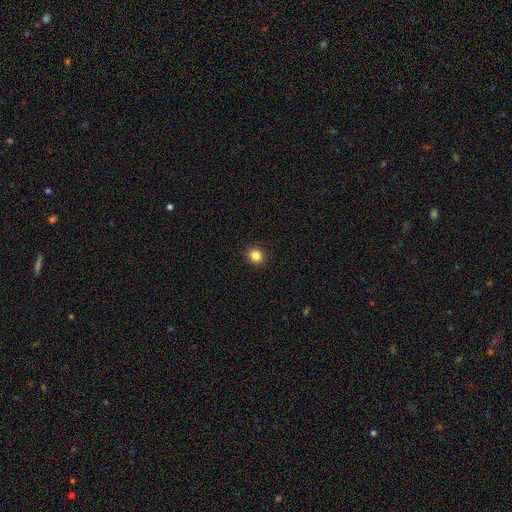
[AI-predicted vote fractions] smooth-or-featured: smooth: 85% | star or artifact: 11% | featured or disk: 4%
  how-rounded: round: 82% | in between: 17% | cigar-shaped: 1%
  merging: none: 92% | minor disturbance: 5% | major disturbance: 2% | merger: 1%